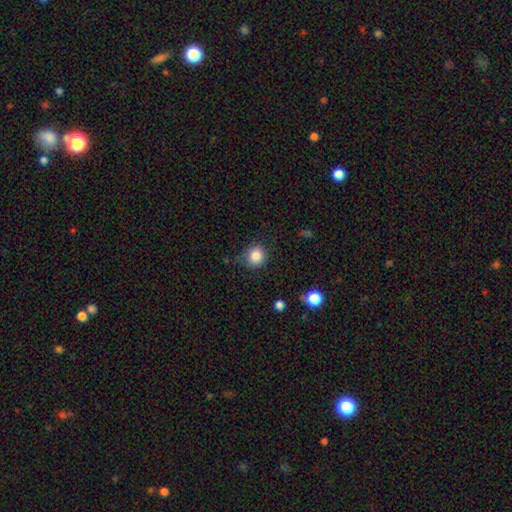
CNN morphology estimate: smooth_or_featured: smooth (p=0.84) [alt: star or artifact p=0.11]
how_rounded: round (p=0.86) [alt: in between p=0.13]
merging: none (p=0.77) [alt: minor disturbance p=0.17]